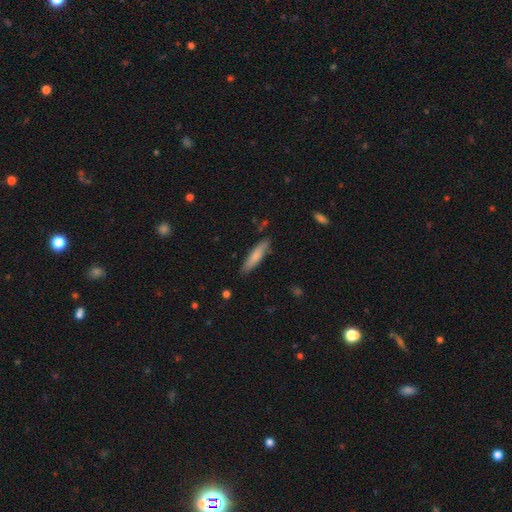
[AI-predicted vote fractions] A smooth galaxy with no disk features (77%) that is cigar-shaped (78%).

Vote fractions:
- Smooth or featured? smooth: 77% / featured or disk: 17% / star or artifact: 6%
- How rounded? cigar-shaped: 78% / in between: 20% / round: 1%
- Merging? none: 82% / minor disturbance: 14% / major disturbance: 2% / merger: 2%